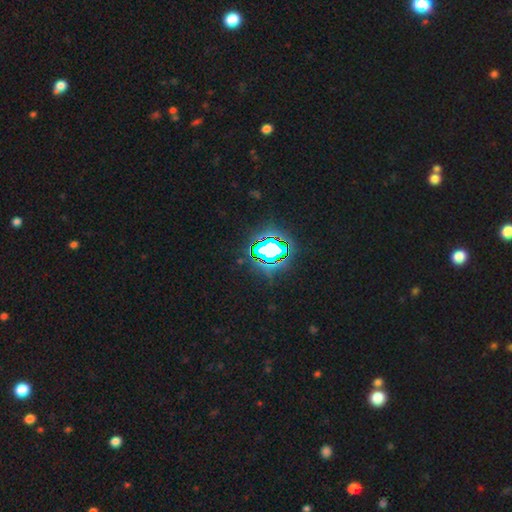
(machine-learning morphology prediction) Smooth or featured? Predicted: star or artifact (p=0.83).